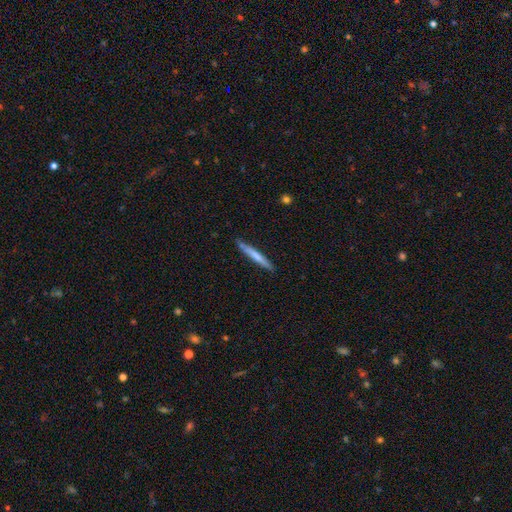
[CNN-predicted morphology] Smooth or featured? smooth (63%)
How rounded? cigar-shaped (96%)
Merging? none (84%)